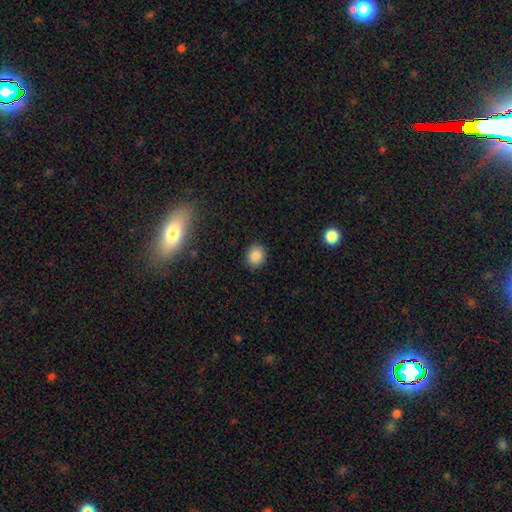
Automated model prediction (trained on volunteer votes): Smooth or featured?
  - smooth: 86% *
  - star or artifact: 10%
  - featured or disk: 4%
How rounded?
  - round: 74% *
  - in between: 25%
  - cigar-shaped: 1%
Merging?
  - none: 90% *
  - minor disturbance: 7%
  - major disturbance: 2%
  - merger: 1%